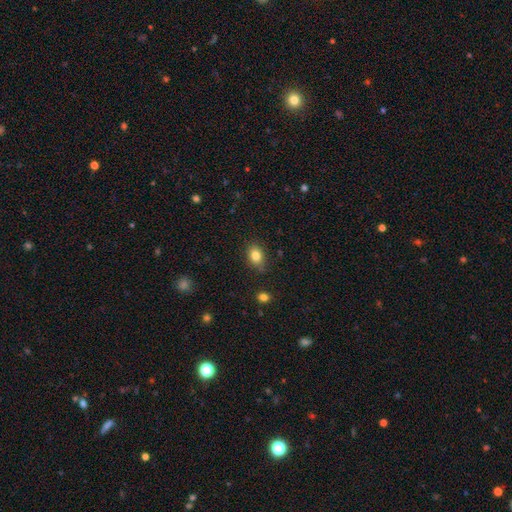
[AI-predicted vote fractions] smooth_or_featured: smooth (p=0.82) [alt: star or artifact p=0.11]
how_rounded: in between (p=0.62) [alt: round p=0.37]
merging: none (p=0.79) [alt: minor disturbance p=0.16]